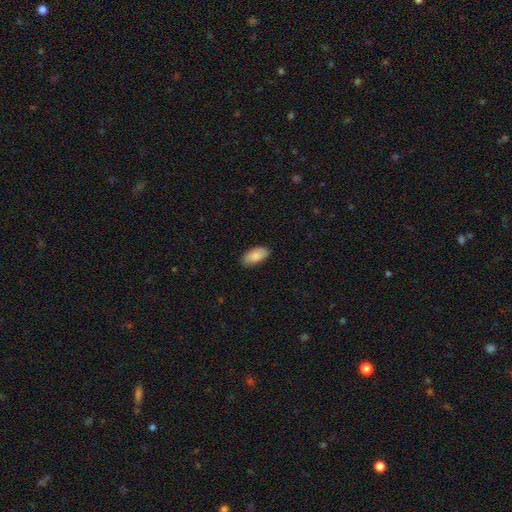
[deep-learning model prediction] A smooth galaxy with no disk features (88%) that is in between round and cigar-shaped (93%). Merging: none (84%).